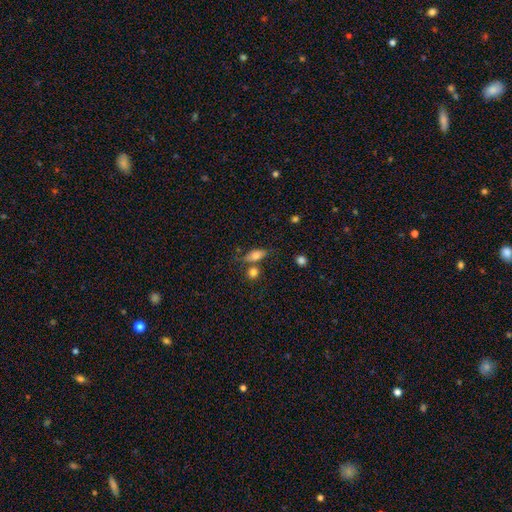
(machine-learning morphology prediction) smooth 76%, featured or disk 15%, star or artifact 9%. Down the decision tree: how rounded — in between (79%); merging — none (62%).